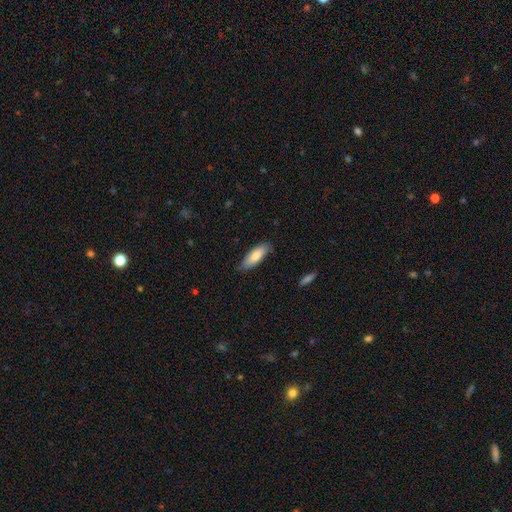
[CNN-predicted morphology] A smooth galaxy with no disk features (77%) that is in between round and cigar-shaped (65%). Merging: none (77%).